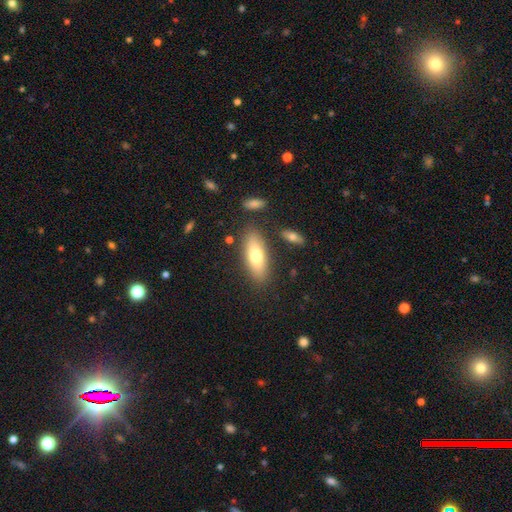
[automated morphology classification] smooth-or-featured: smooth: 70% | featured or disk: 23% | star or artifact: 7%
  how-rounded: in between: 69% | cigar-shaped: 28% | round: 3%
  merging: none: 81% | minor disturbance: 11% | merger: 4% | major disturbance: 3%